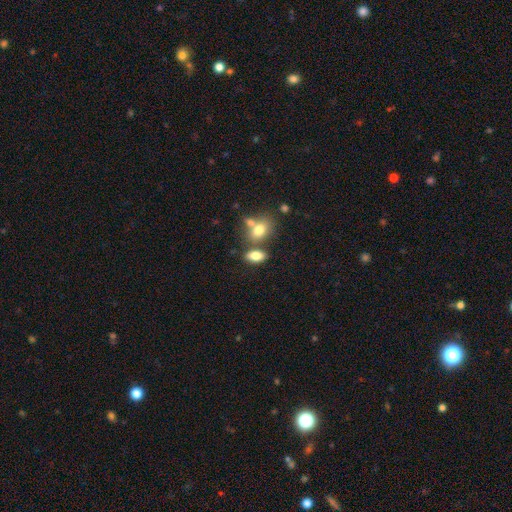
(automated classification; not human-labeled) smooth-or-featured: smooth: 78% | featured or disk: 13% | star or artifact: 9%
  how-rounded: in between: 87% | round: 9% | cigar-shaped: 4%
  merging: none: 56% | merger: 28% | minor disturbance: 12% | major disturbance: 4%